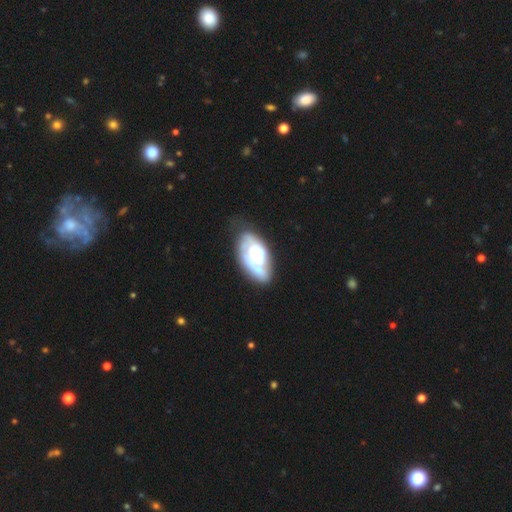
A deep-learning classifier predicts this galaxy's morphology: Smooth or featured?
  - featured or disk: 71% *
  - smooth: 23%
  - star or artifact: 5%
Edge-on disk?
  - no: 96% *
  - yes: 4%
Bar?
  - no: 74% *
  - weak: 21%
  - strong: 5%
Spiral arms?
  - yes: 82% *
  - no: 18%
Spiral winding?
  - tight: 61% *
  - medium: 29%
  - loose: 10%
Spiral arm count?
  - can't tell: 36% *
  - 2: 30%
  - 1: 20%
  - 3: 9%
  - 4: 3%
  - more than 4: 2%
Bulge size?
  - small: 47% *
  - moderate: 36%
  - large: 8%
  - none: 7%
  - dominant: 2%
Merging?
  - none: 54% *
  - minor disturbance: 27%
  - major disturbance: 15%
  - merger: 4%